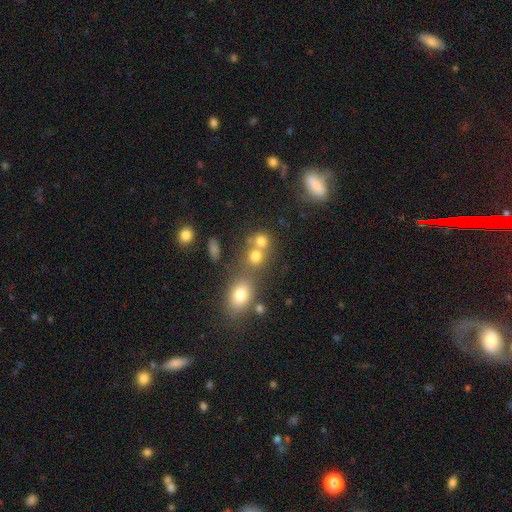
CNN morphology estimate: A smooth galaxy with no disk features (69%) that is round (74%).

Vote fractions:
- Smooth or featured? smooth: 69% / star or artifact: 19% / featured or disk: 13%
- How rounded? round: 74% / in between: 24% / cigar-shaped: 2%
- Merging? merger: 44% / none: 43% / minor disturbance: 8% / major disturbance: 4%